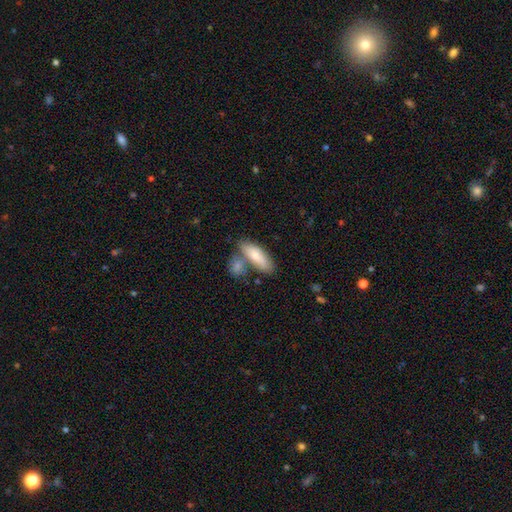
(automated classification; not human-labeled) Smooth or featured?
  - smooth: 78% *
  - featured or disk: 17%
  - star or artifact: 6%
How rounded?
  - in between: 59% *
  - cigar-shaped: 38%
  - round: 3%
Merging?
  - none: 52% *
  - merger: 30%
  - minor disturbance: 14%
  - major disturbance: 4%